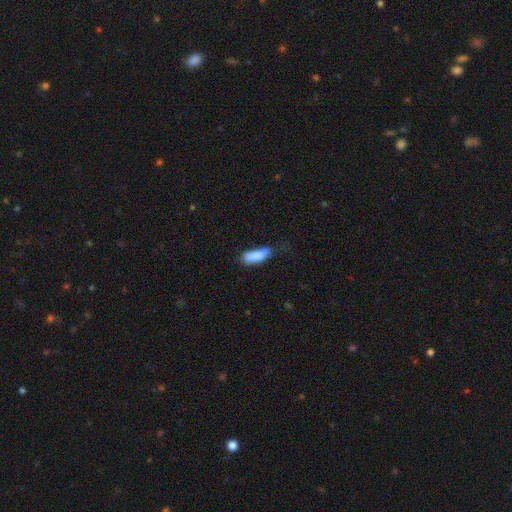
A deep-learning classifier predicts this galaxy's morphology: This is clearly a smooth galaxy (81%). How rounded: likely in between (64%). Merging: marginally none (39%).